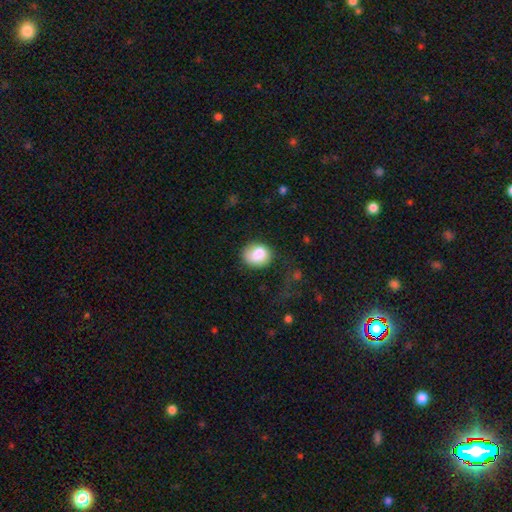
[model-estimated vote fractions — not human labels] smooth-or-featured: smooth: 80% | featured or disk: 13% | star or artifact: 8%
  how-rounded: round: 62% | in between: 37% | cigar-shaped: 1%
  merging: none: 60% | minor disturbance: 24% | major disturbance: 11% | merger: 5%